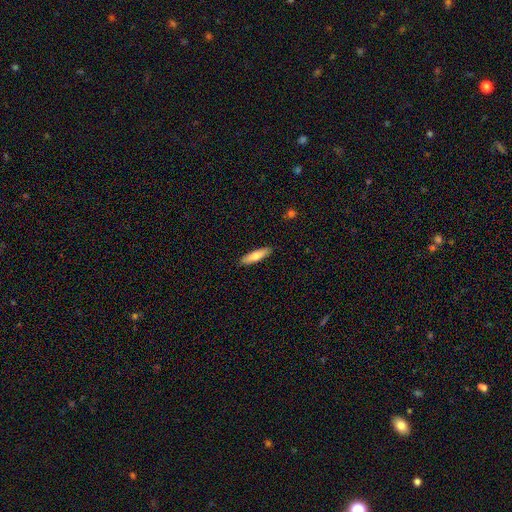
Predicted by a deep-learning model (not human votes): Morphology: type=smooth (70%); roundness=cigar-shaped (70%); merging=none (90%).